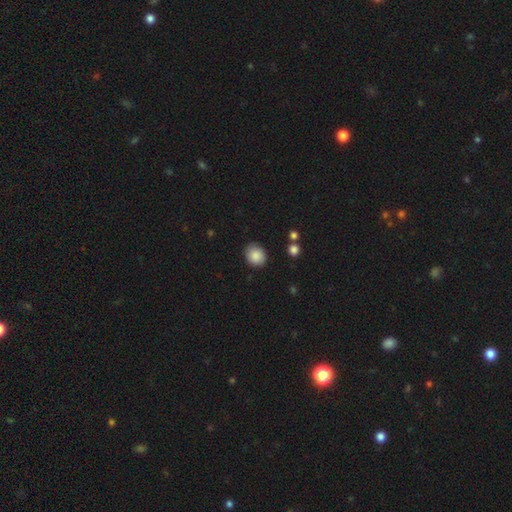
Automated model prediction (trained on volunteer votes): Smooth or featured? smooth (87%)
How rounded? round (68%)
Merging? none (83%)